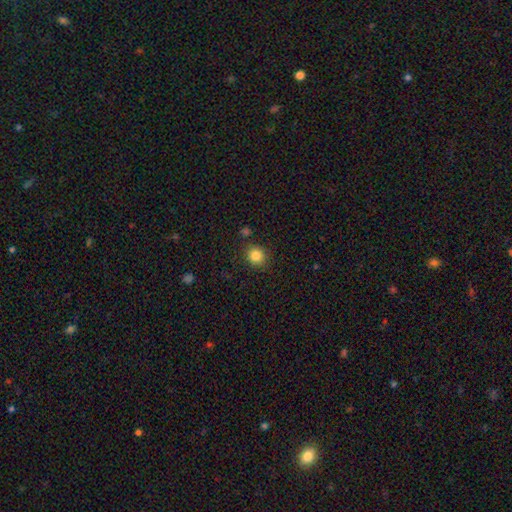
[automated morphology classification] Smooth or featured: smooth — 84% (star or artifact — 11%)
How rounded: round — 88% (in between — 11%)
Merging: none — 86% (minor disturbance — 9%)